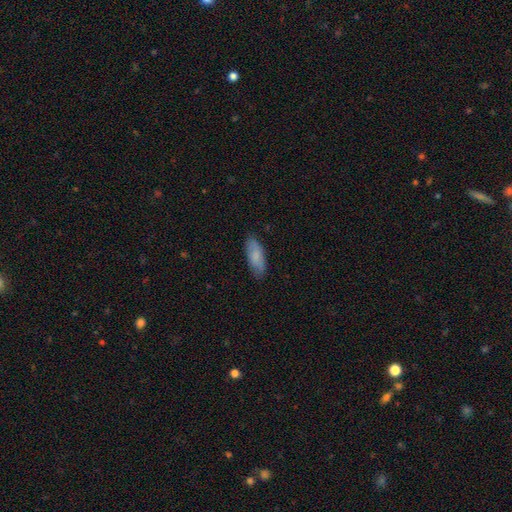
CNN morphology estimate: smooth-or-featured: smooth: 78% | featured or disk: 16% | star or artifact: 6%
  how-rounded: in between: 75% | cigar-shaped: 23% | round: 2%
  merging: none: 83% | minor disturbance: 13% | major disturbance: 3% | merger: 1%